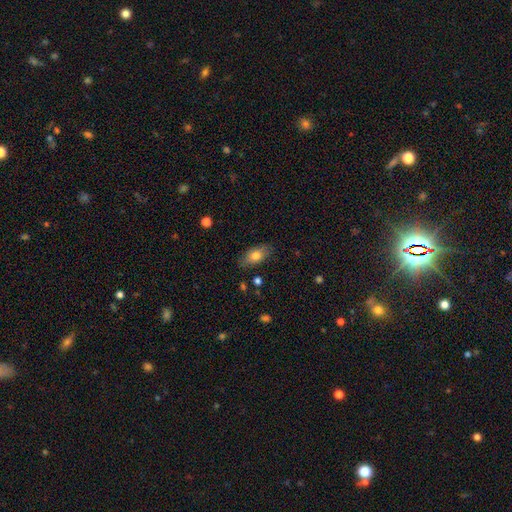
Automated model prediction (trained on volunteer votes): Smooth or featured?
  - smooth: 76% *
  - featured or disk: 16%
  - star or artifact: 8%
How rounded?
  - in between: 89% *
  - round: 6%
  - cigar-shaped: 5%
Merging?
  - none: 83% *
  - minor disturbance: 13%
  - major disturbance: 3%
  - merger: 1%